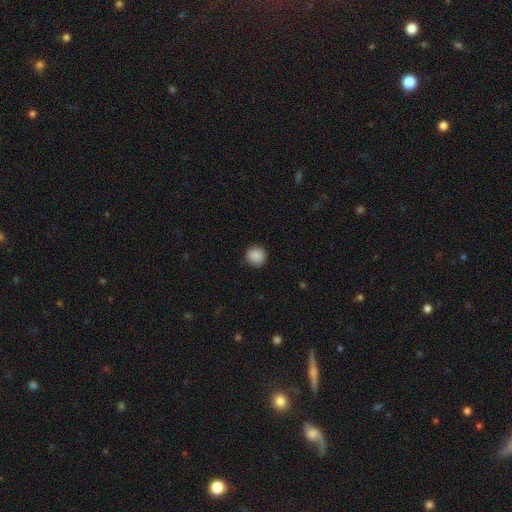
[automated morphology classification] Smooth or featured: smooth — 89% (star or artifact — 8%)
How rounded: round — 93% (in between — 6%)
Merging: none — 90% (minor disturbance — 7%)